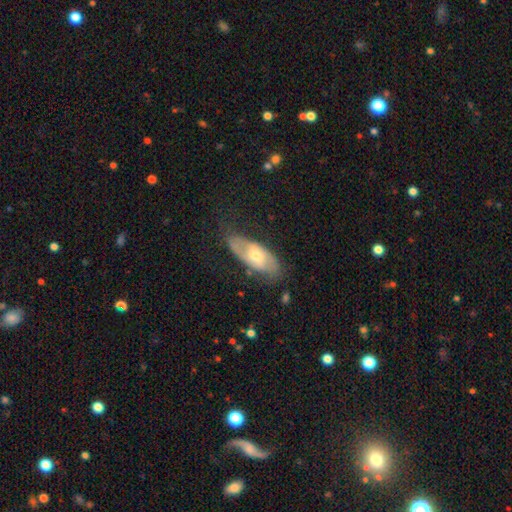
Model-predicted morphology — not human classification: Smooth or featured? featured or disk (58%)
Edge-on disk? no (85%)
Merging? none (68%)